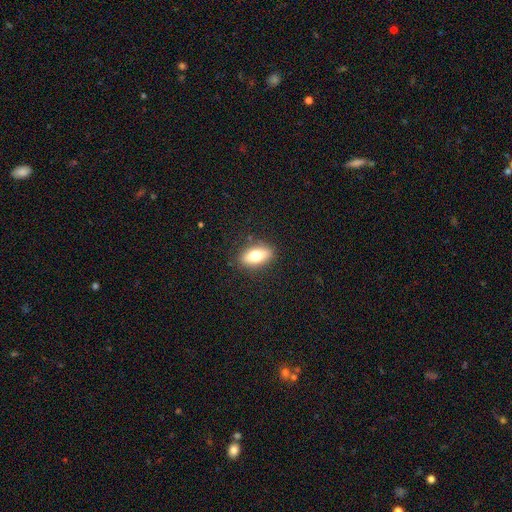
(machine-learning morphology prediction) A smooth galaxy with no disk features (72%) that is in between round and cigar-shaped (85%).

Vote fractions:
- Smooth or featured? smooth: 72% / featured or disk: 20% / star or artifact: 8%
- How rounded? in between: 85% / cigar-shaped: 8% / round: 7%
- Merging? none: 86% / minor disturbance: 10% / major disturbance: 3% / merger: 1%